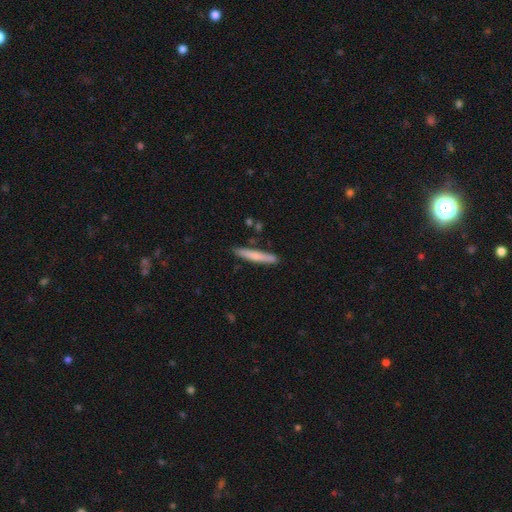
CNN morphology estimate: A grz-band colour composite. It shows a smooth galaxy with no disk features (67%) that is cigar-shaped (95%). Merging: none (83%).